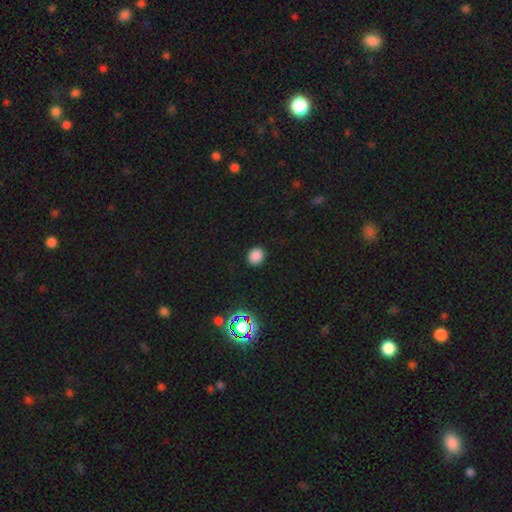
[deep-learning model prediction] The model was most divided on "how rounded": round: 71%, in between: 28%, cigar-shaped: 1%. More confident: merging — none (90%); smooth or featured — smooth (82%).